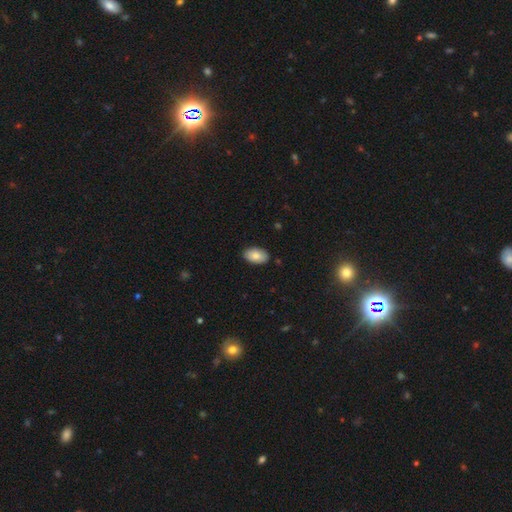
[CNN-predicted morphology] smooth_or_featured: smooth (p=0.84) [alt: featured or disk p=0.10]
how_rounded: in between (p=0.94) [alt: round p=0.05]
merging: none (p=0.87) [alt: minor disturbance p=0.10]